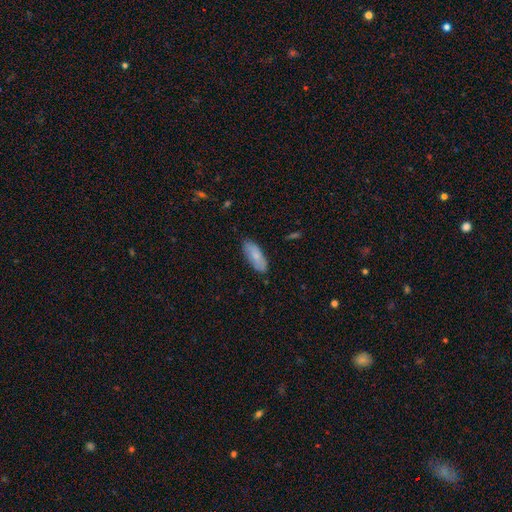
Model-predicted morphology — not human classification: Smooth or featured?
  - smooth: 79% *
  - featured or disk: 15%
  - star or artifact: 6%
How rounded?
  - in between: 78% *
  - cigar-shaped: 20%
  - round: 2%
Merging?
  - none: 81% *
  - minor disturbance: 15%
  - major disturbance: 3%
  - merger: 1%